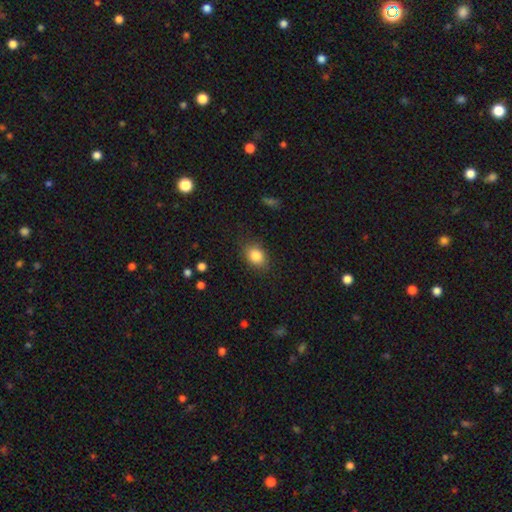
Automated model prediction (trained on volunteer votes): smooth-or-featured: smooth: 84% | star or artifact: 9% | featured or disk: 7%
  how-rounded: in between: 62% | round: 37% | cigar-shaped: 1%
  merging: none: 84% | minor disturbance: 12% | major disturbance: 3% | merger: 1%